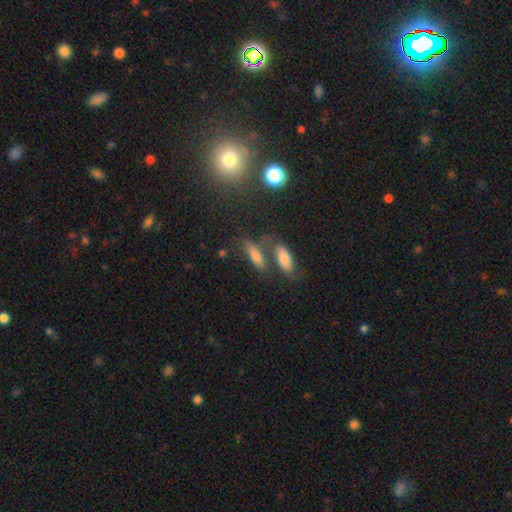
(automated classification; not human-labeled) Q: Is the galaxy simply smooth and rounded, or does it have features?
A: smooth — 64%.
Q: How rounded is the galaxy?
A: cigar-shaped — 49%.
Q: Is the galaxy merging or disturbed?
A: none — 57%.